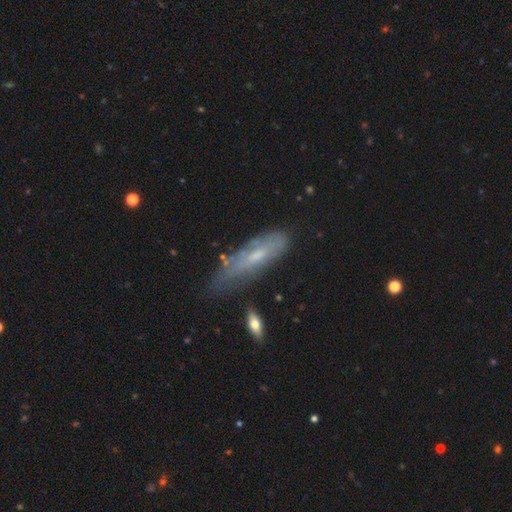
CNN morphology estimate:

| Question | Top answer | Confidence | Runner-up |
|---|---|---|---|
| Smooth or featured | featured or disk | 50% | smooth (42%) |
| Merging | none | 55% | minor disturbance (30%) |